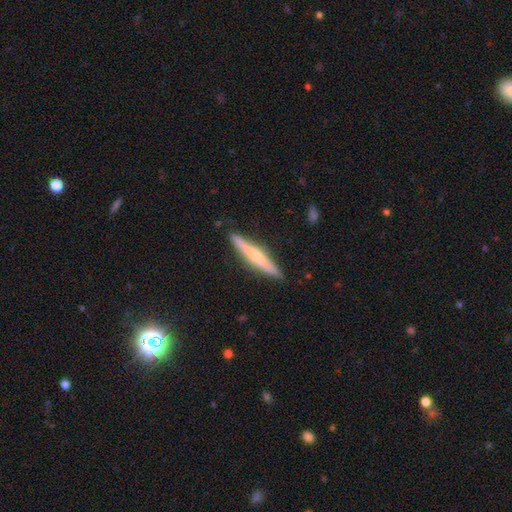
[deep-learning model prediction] Smooth or featured? Predicted: featured or disk (p=0.51). Edge-on disk? Predicted: yes (p=0.95). Merging? Predicted: none (p=0.88).